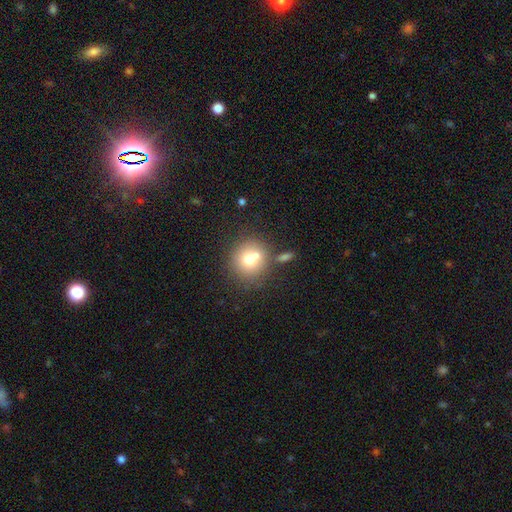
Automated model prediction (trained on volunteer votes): A smooth galaxy with no disk features (70%) that is round (90%).

Vote fractions:
- Smooth or featured? smooth: 70% / featured or disk: 19% / star or artifact: 12%
- How rounded? round: 90% / in between: 9% / cigar-shaped: 1%
- Merging? none: 59% / merger: 27% / minor disturbance: 10% / major disturbance: 4%